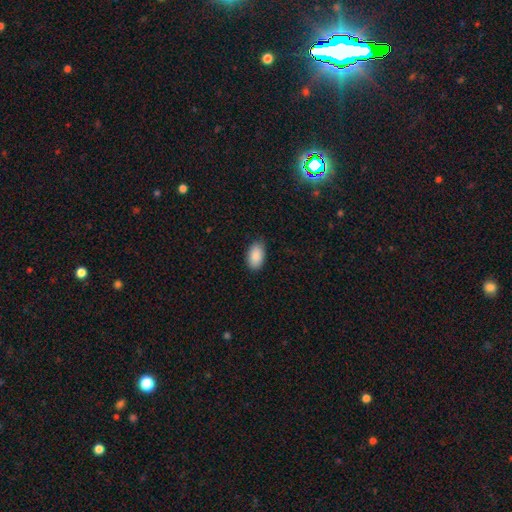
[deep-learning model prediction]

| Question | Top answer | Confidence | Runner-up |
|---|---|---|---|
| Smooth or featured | smooth | 90% | star or artifact (7%) |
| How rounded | in between | 94% | round (4%) |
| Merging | none | 85% | minor disturbance (12%) |